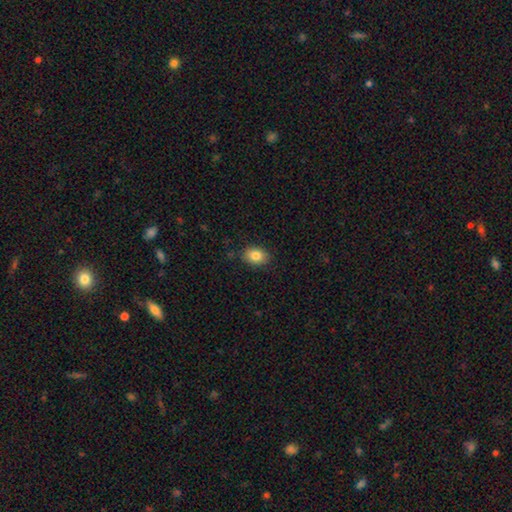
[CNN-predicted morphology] A smooth galaxy with no disk features (83%) that is in between round and cigar-shaped (67%). Merging: none (86%).